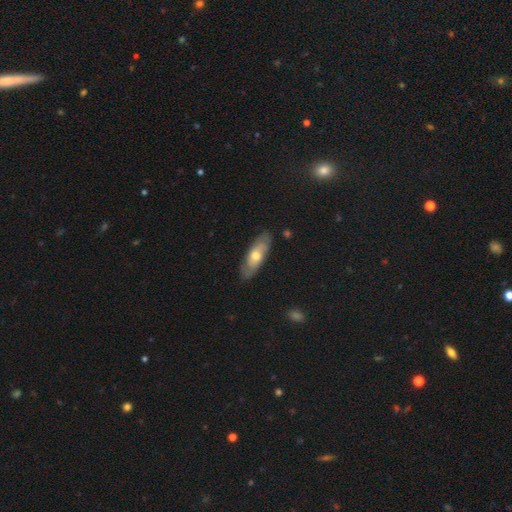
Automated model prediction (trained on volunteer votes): This appears to be a featured or disk galaxy (50%). Merging: none (81%).